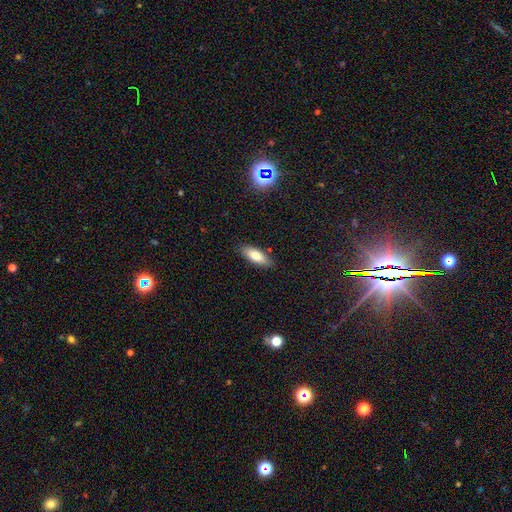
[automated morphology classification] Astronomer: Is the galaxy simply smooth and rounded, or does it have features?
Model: smooth — 78%.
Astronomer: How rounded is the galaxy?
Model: in between — 67%.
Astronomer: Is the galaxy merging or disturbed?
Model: none — 86%.